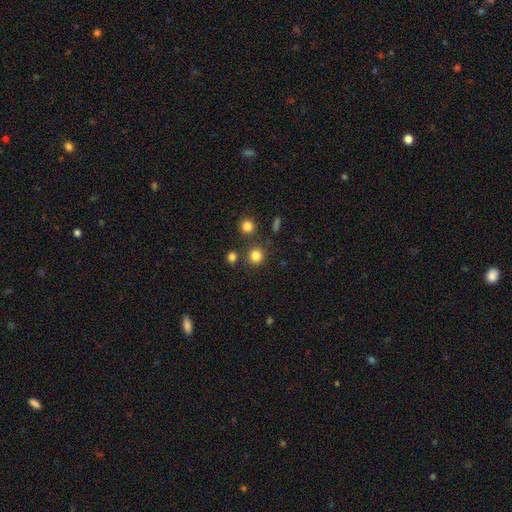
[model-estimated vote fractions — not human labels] A smooth galaxy with no disk features (82%) that is round (90%). Merging: none (80%).